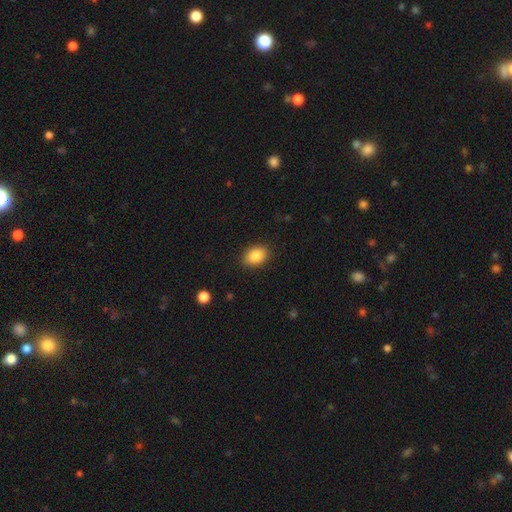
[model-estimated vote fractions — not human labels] Morphology: type=smooth (88%); roundness=in between (79%); merging=none (88%).